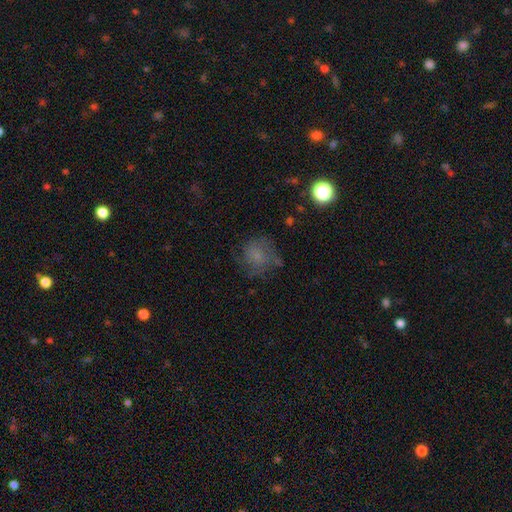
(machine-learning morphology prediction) The model was most divided on "smooth or featured": smooth: 54%, featured or disk: 29%, star or artifact: 17%. More confident: how rounded — round (78%); merging — none (62%).